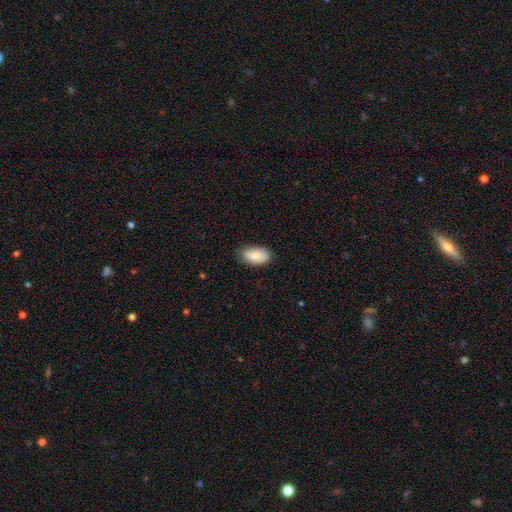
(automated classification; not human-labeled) Overall: smooth (87%). How rounded: in between (94%). Merging: none (78%).